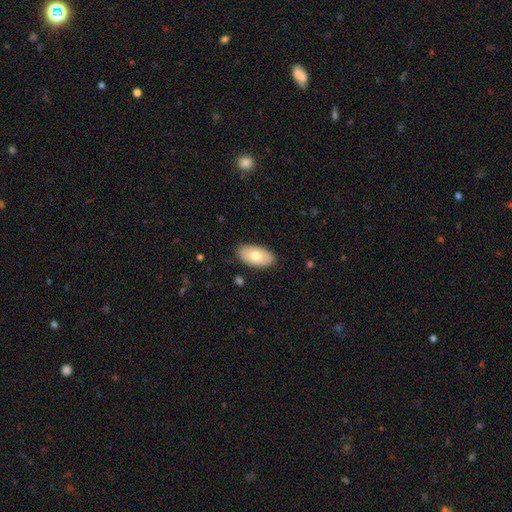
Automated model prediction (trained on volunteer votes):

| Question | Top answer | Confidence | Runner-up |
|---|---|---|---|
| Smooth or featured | smooth | 76% | featured or disk (18%) |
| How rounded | in between | 95% | round (3%) |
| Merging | none | 87% | minor disturbance (10%) |